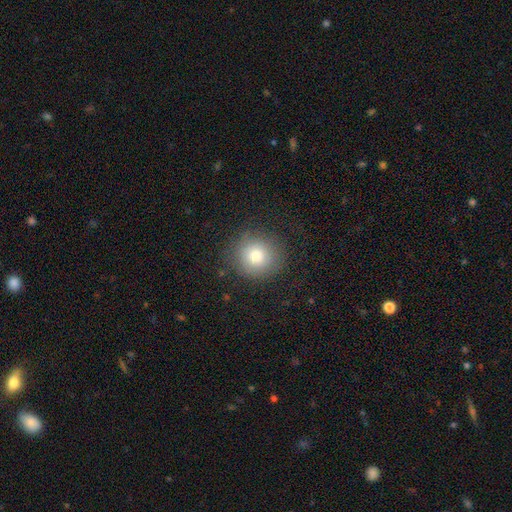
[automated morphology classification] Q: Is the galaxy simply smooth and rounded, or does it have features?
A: smooth — 75%.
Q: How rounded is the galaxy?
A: round — 92%.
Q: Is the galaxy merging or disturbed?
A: none — 84%.